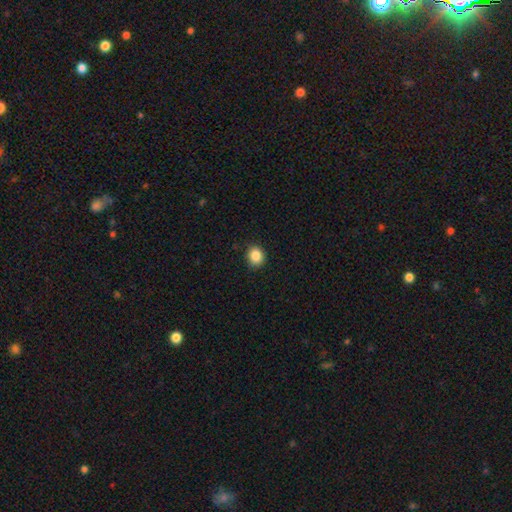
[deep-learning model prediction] Q: Smooth or featured?
A: smooth (86%); runner-up: star or artifact (10%)
Q: How rounded?
A: round (75%); runner-up: in between (25%)
Q: Merging?
A: none (89%); runner-up: minor disturbance (9%)